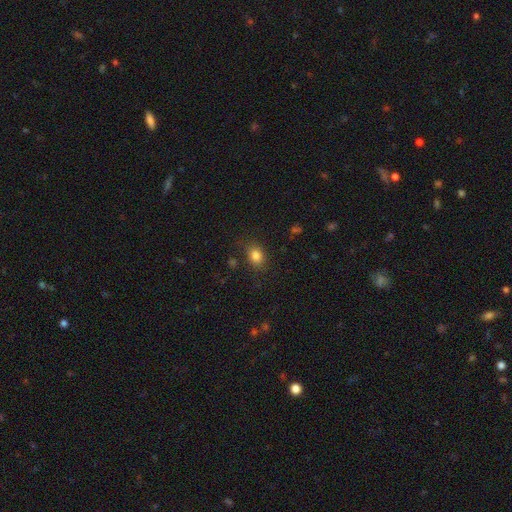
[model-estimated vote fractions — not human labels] The model was most divided on "how rounded": in between: 51%, round: 48%, cigar-shaped: 1%. More confident: smooth or featured — smooth (83%); merging — none (80%).